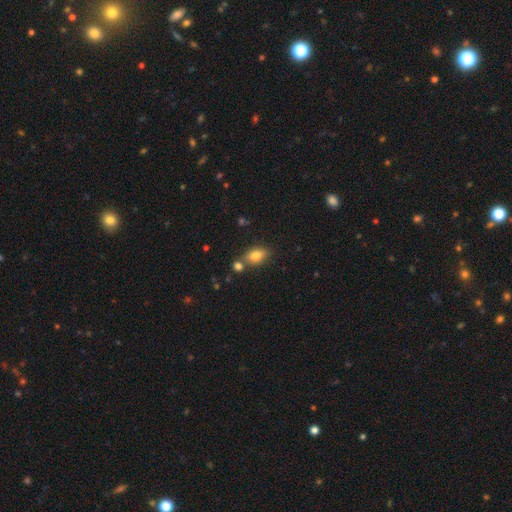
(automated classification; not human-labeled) Smooth or featured?
  - smooth: 74% *
  - featured or disk: 17%
  - star or artifact: 9%
How rounded?
  - in between: 81% *
  - round: 11%
  - cigar-shaped: 8%
Merging?
  - none: 66% *
  - merger: 17%
  - minor disturbance: 13%
  - major disturbance: 4%